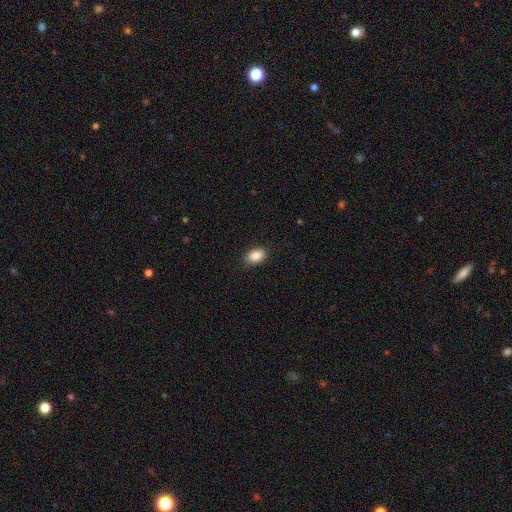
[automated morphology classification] This appears to be a smooth galaxy with no disk features (88%) that is in between round and cigar-shaped (87%). Merging: none (88%).